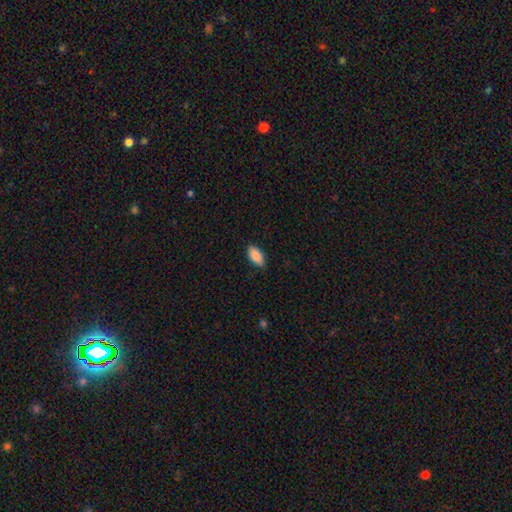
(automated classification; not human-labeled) Smooth or featured? Predicted: smooth (p=0.88). How rounded? Predicted: in between (p=0.91). Merging? Predicted: none (p=0.86).